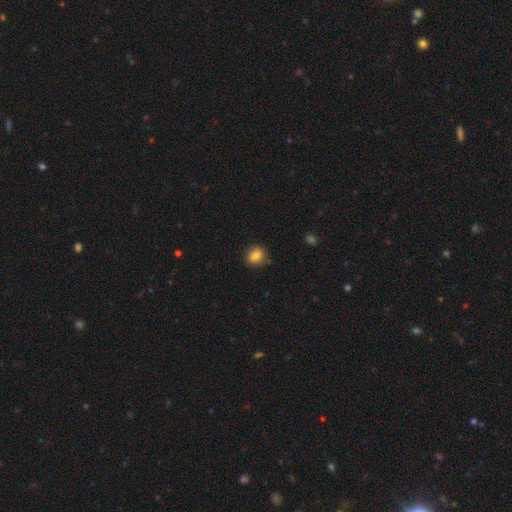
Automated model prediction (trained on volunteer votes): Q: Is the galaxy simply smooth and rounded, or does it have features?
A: smooth — 81%.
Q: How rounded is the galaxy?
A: round — 78%.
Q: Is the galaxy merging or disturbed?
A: none — 83%.